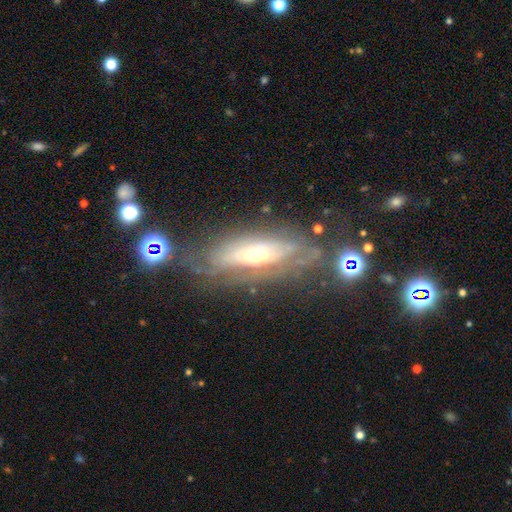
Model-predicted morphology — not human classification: The model was most divided on "spiral arms": yes: 61%, no: 39%. More confident: smooth or featured — featured or disk (74%); bar — no (72%); edge-on disk — no (70%); bulge size — moderate (67%); merging — none (60%).